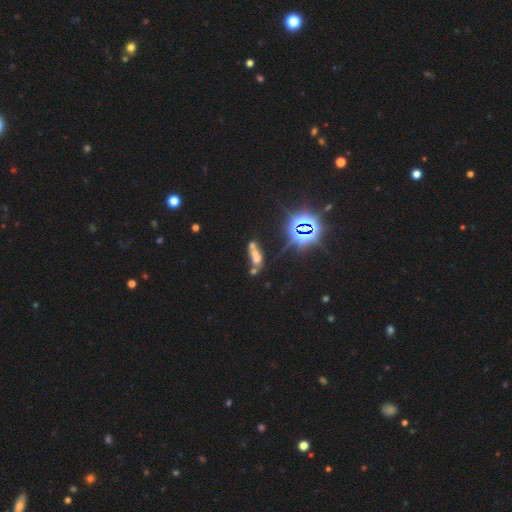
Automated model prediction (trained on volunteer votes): smooth-or-featured: smooth: 36% | star or artifact: 32% | featured or disk: 32%
  merging: merger: 54% | none: 22% | major disturbance: 12% | minor disturbance: 11%